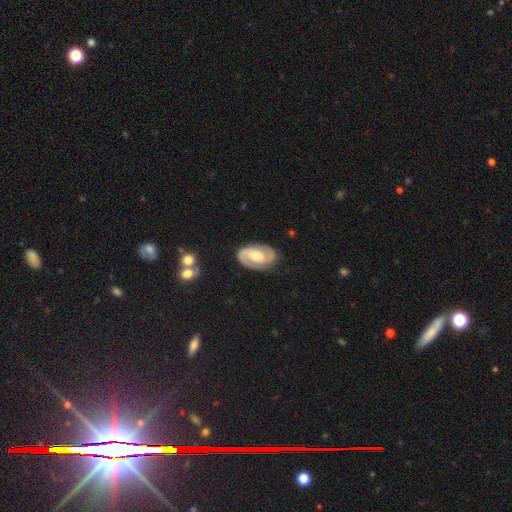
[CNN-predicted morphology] This appears to be a featured or disk galaxy (81%) with no bar (48%), 2 (88%) tight (48%) spiral arms (95%) and a moderate central bulge (46%). Merging: none (82%).